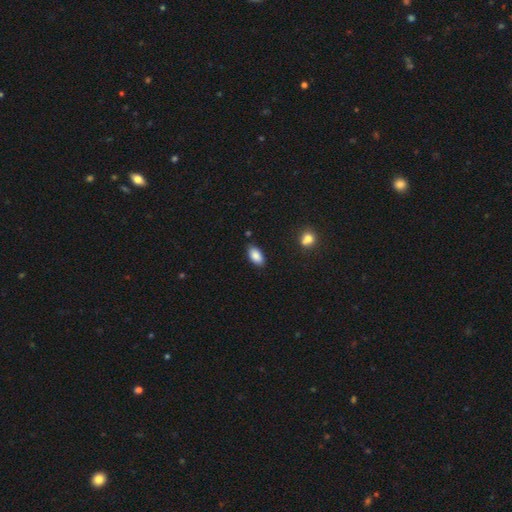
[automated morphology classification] This appears to be a smooth galaxy with no disk features (87%) that is in between round and cigar-shaped (92%). Merging: none (85%).